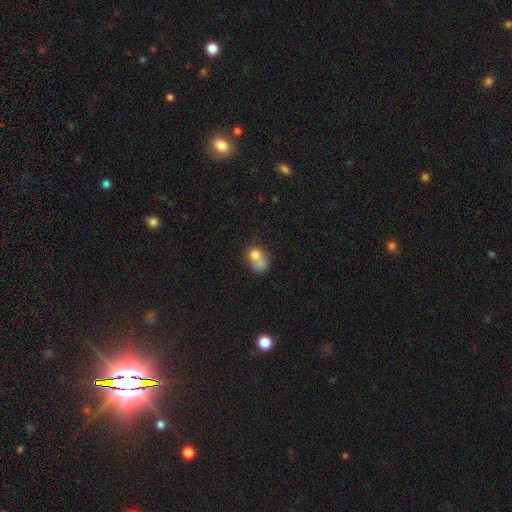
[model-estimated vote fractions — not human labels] smooth 73%, featured or disk 17%, star or artifact 11%. Down the decision tree: how rounded — round (50%); merging — merger (46%).